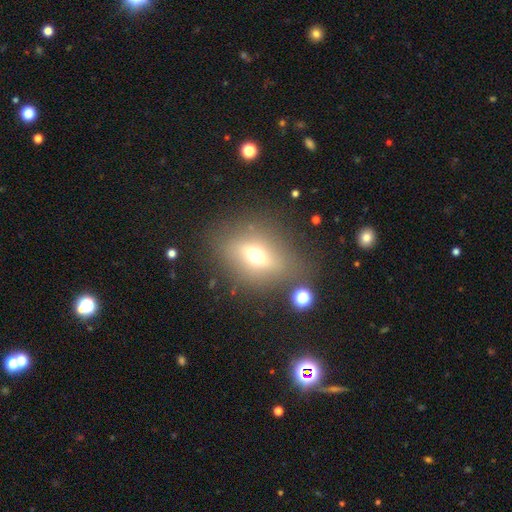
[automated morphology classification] type=smooth (57%); roundness=in between (55%); merging=none (75%).